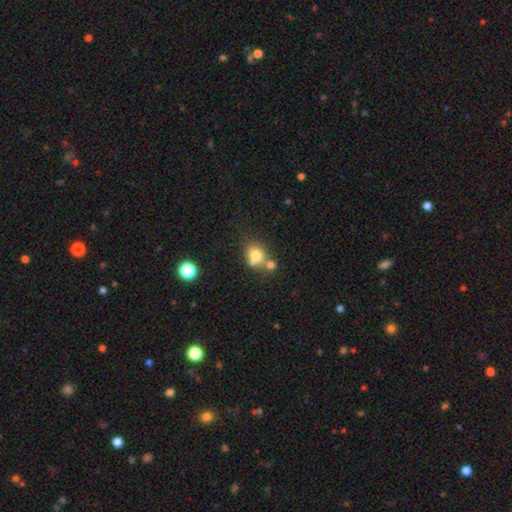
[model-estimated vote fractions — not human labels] Smooth or featured?
  - smooth: 74% *
  - featured or disk: 14%
  - star or artifact: 12%
How rounded?
  - round: 63% *
  - in between: 36%
  - cigar-shaped: 1%
Merging?
  - none: 46% *
  - merger: 37%
  - minor disturbance: 12%
  - major disturbance: 5%